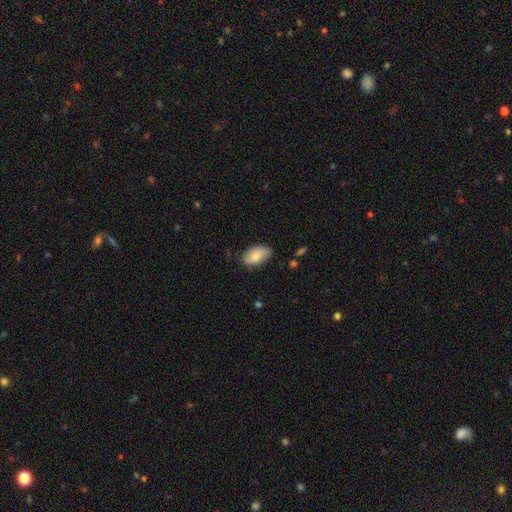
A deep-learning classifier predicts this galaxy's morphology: A smooth galaxy with no disk features (81%) that is in between round and cigar-shaped (93%).

Vote fractions:
- Smooth or featured? smooth: 81% / featured or disk: 12% / star or artifact: 6%
- How rounded? in between: 93% / round: 5% / cigar-shaped: 2%
- Merging? none: 70% / minor disturbance: 25% / major disturbance: 4% / merger: 2%